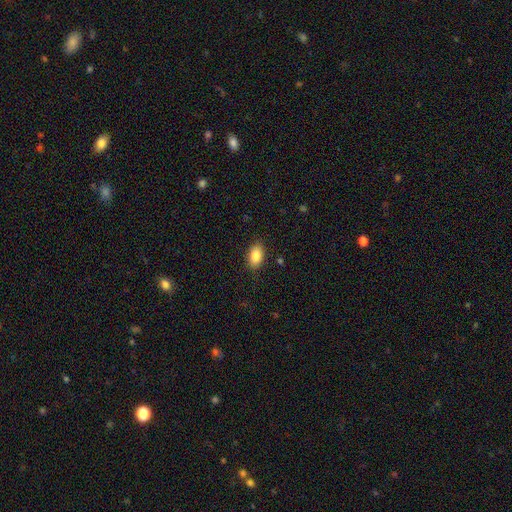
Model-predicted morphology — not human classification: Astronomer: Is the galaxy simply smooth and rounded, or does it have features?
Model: smooth — 86%.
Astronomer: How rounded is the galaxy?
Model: in between — 90%.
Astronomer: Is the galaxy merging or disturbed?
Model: none — 87%.